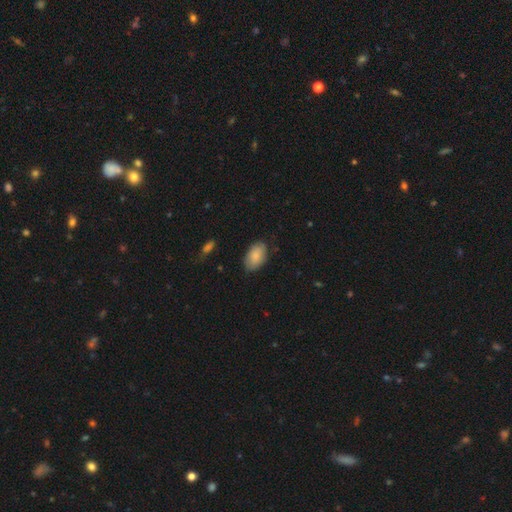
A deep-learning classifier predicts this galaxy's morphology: smooth-or-featured: smooth: 86% | featured or disk: 8% | star or artifact: 6%
  how-rounded: in between: 93% | round: 6% | cigar-shaped: 1%
  merging: none: 79% | minor disturbance: 16% | major disturbance: 3% | merger: 1%